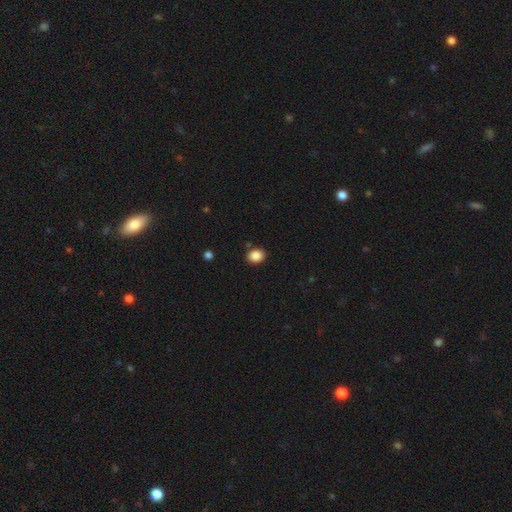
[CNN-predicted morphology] A smooth galaxy with no disk features (87%) that is in between round and cigar-shaped (51%).

Vote fractions:
- Smooth or featured? smooth: 87% / star or artifact: 9% / featured or disk: 3%
- How rounded? in between: 51% / round: 48% / cigar-shaped: 1%
- Merging? none: 85% / minor disturbance: 9% / merger: 3% / major disturbance: 2%